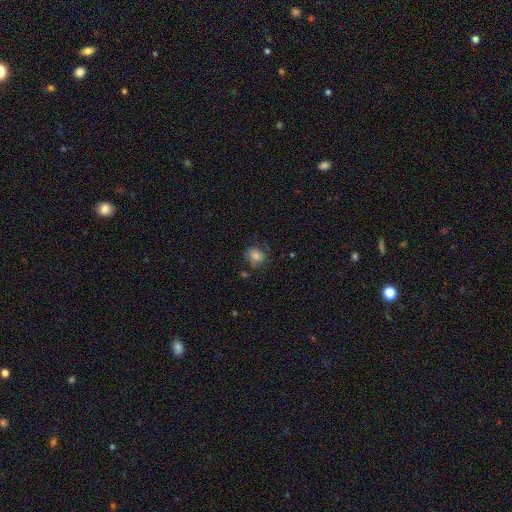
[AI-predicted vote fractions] This appears to be a smooth galaxy with no disk features (68%) that is round (66%). Merging: none (62%).